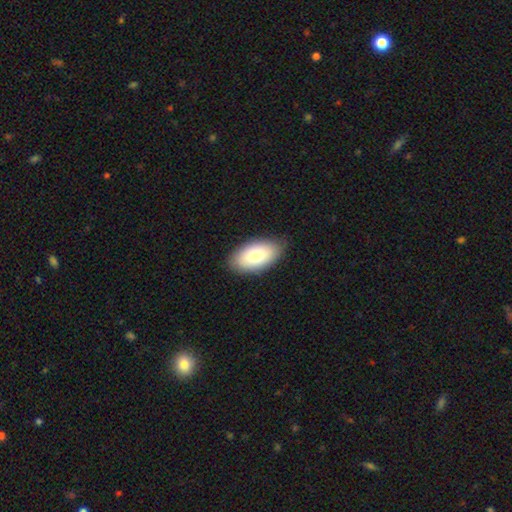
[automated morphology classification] A smooth galaxy with no disk features (79%) that is in between round and cigar-shaped (95%). Merging: none (85%).